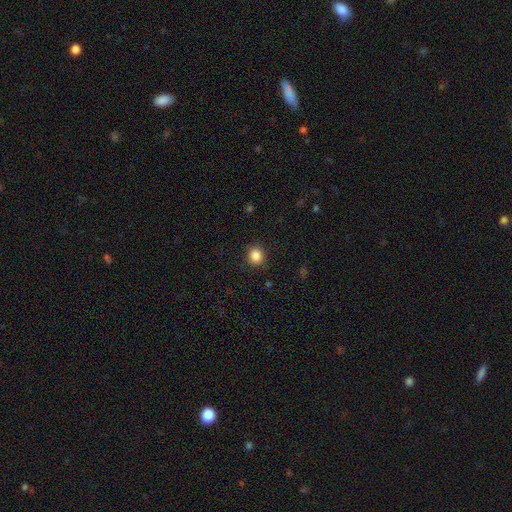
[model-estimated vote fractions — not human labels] Q: Smooth or featured?
A: smooth (86%); runner-up: star or artifact (10%)
Q: How rounded?
A: round (74%); runner-up: in between (25%)
Q: Merging?
A: none (87%); runner-up: minor disturbance (9%)